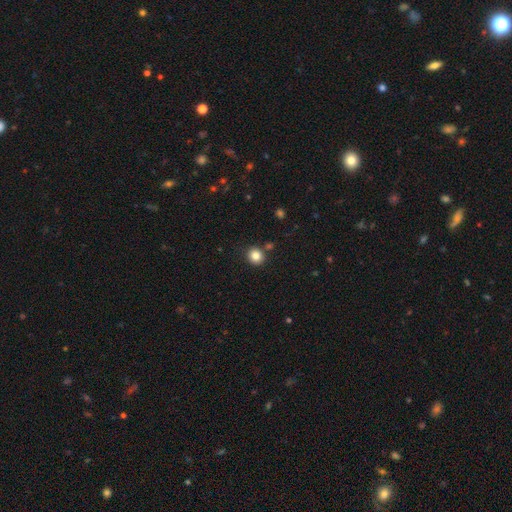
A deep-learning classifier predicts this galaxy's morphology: The model was most divided on "how rounded": round: 85%, in between: 14%, cigar-shaped: 1%. More confident: merging — none (85%); smooth or featured — smooth (84%).